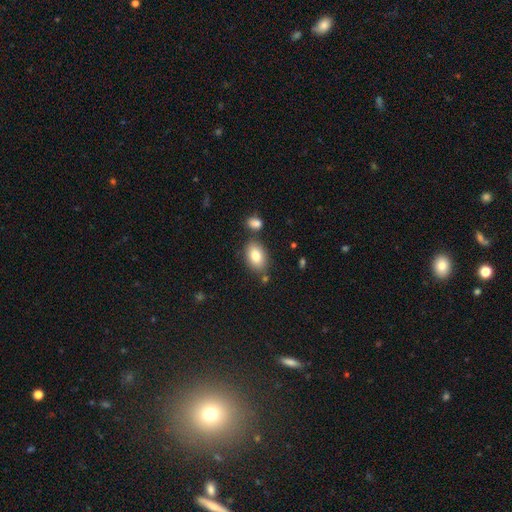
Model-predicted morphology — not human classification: This is clearly a smooth galaxy (82%). How rounded: clearly in between (87%). Merging: likely none (75%).